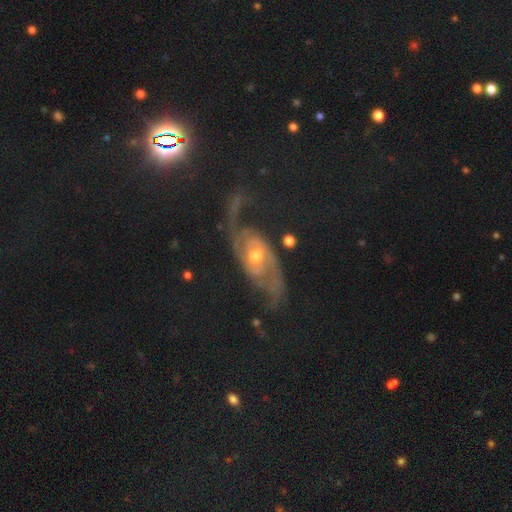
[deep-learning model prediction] Morphology: type=featured or disk (78%); edge-on=no (93%); bar=no (57%); spiral arms=yes (94%); winding=medium (45%); arm count=2 (86%); bulge=moderate (68%); merging=none (65%).